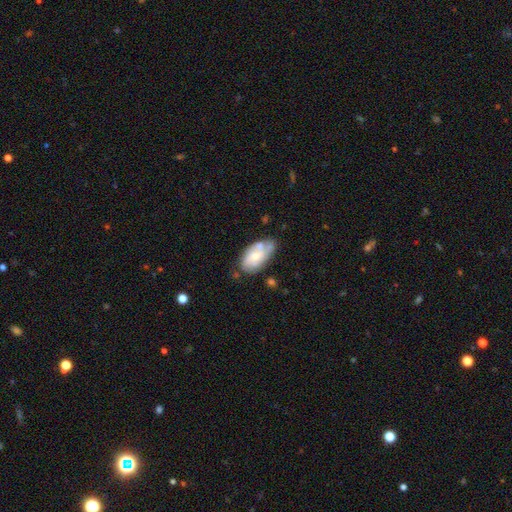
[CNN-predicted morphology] Smooth or featured?
  - featured or disk: 50% *
  - smooth: 44%
  - star or artifact: 6%
Merging?
  - none: 51% *
  - minor disturbance: 28%
  - merger: 12%
  - major disturbance: 8%